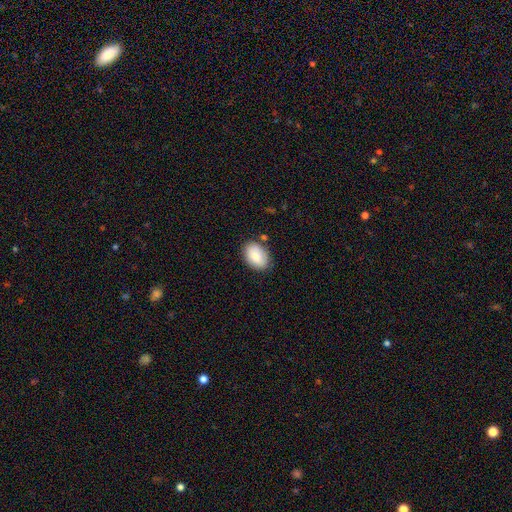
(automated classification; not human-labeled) The model was most divided on "merging": none: 81%, minor disturbance: 14%, major disturbance: 3%, merger: 3%. More confident: how rounded — in between (87%); smooth or featured — smooth (85%).